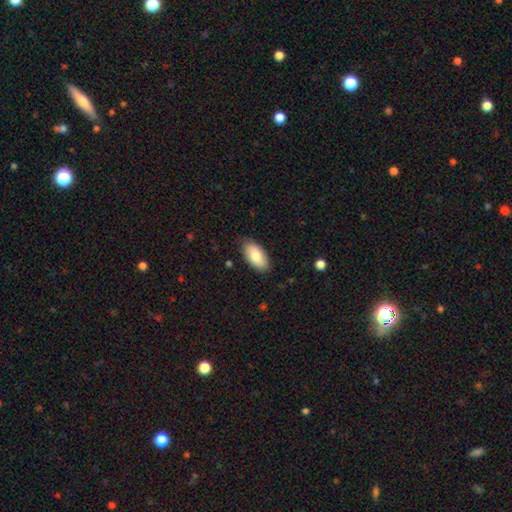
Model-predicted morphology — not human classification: type=smooth (79%); roundness=in between (94%); merging=none (84%).